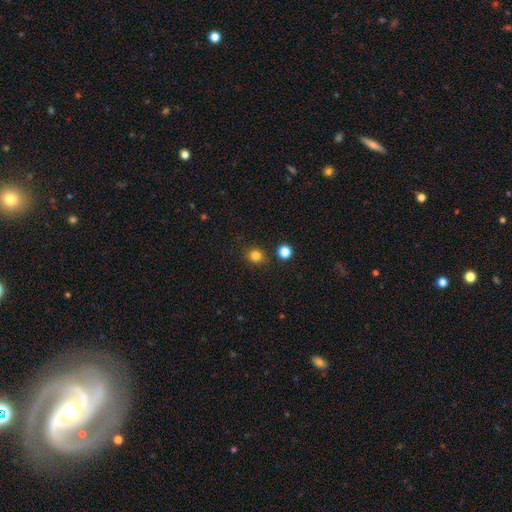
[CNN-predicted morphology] type=smooth (82%); roundness=round (79%); merging=none (85%).